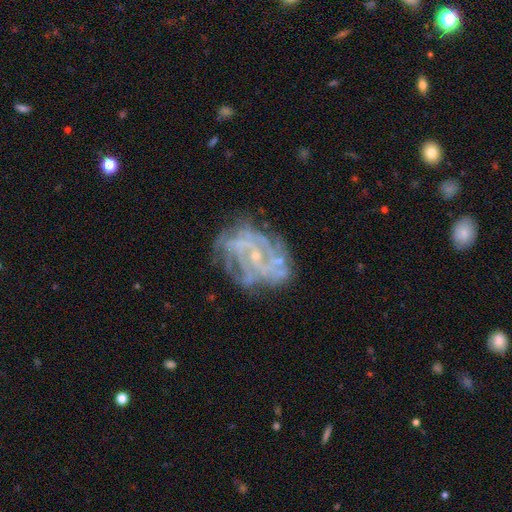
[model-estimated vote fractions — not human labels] A featured or disk galaxy (81%) with no bar (60%), tight (54%) spiral arms (85%) and a small central bulge (79%). Merging: none (67%).